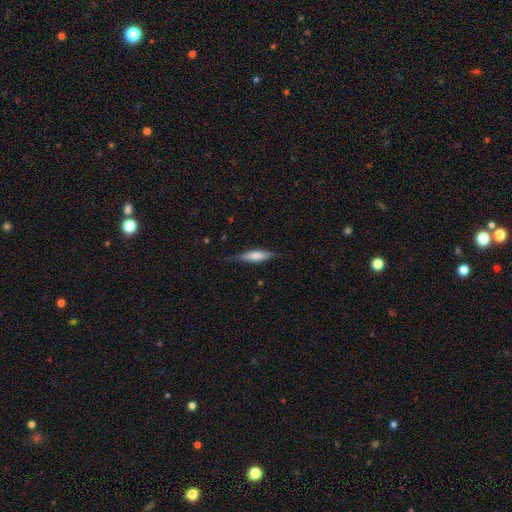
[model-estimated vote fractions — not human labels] Morphology: type=smooth (62%); roundness=cigar-shaped (72%); merging=none (76%).